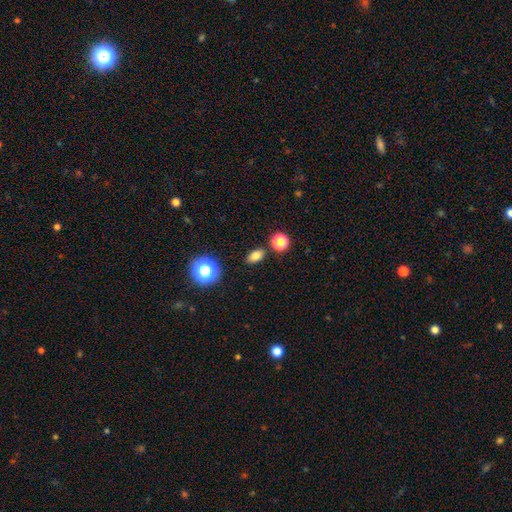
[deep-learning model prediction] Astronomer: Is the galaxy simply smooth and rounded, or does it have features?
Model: smooth — 79%.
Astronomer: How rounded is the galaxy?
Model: in between — 78%.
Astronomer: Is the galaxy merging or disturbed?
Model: none — 83%.